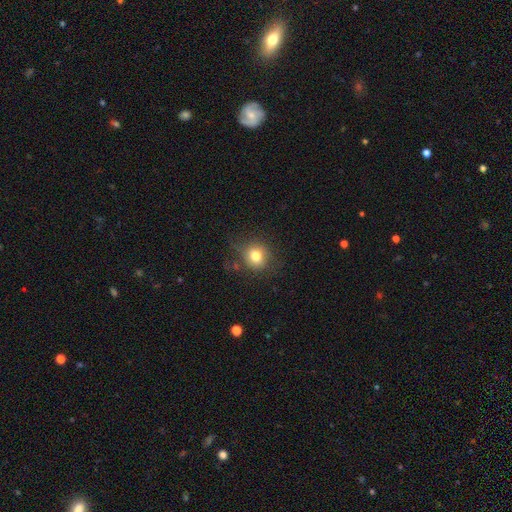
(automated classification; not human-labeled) Smooth or featured: smooth — 79% (star or artifact — 12%)
How rounded: round — 79% (in between — 20%)
Merging: none — 75% (minor disturbance — 17%)